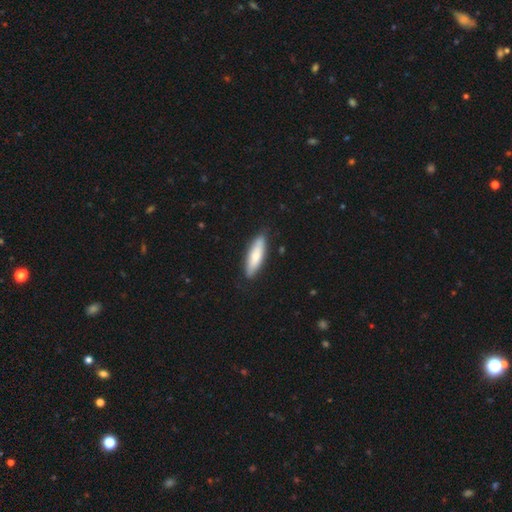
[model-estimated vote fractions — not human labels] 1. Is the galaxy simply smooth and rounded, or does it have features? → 73% smooth, 22% featured or disk, 5% star or artifact.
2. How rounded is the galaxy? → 59% cigar-shaped, 39% in between, 2% round.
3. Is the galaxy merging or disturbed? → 85% none, 11% minor disturbance, 2% major disturbance, 1% merger.